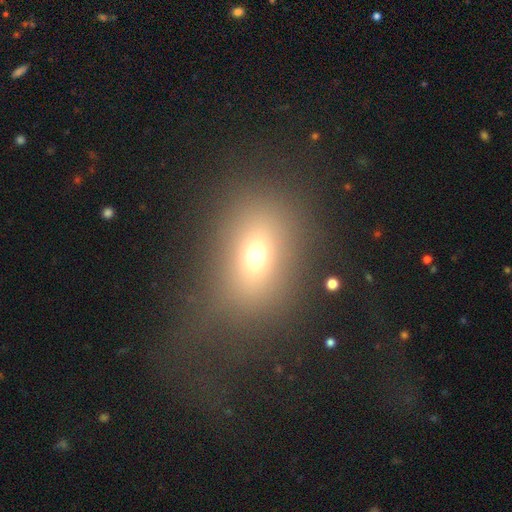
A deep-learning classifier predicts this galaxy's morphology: Q: Smooth or featured?
A: smooth (65%); runner-up: star or artifact (19%)
Q: How rounded?
A: in between (58%); runner-up: round (39%)
Q: Merging?
A: none (57%); runner-up: major disturbance (23%)